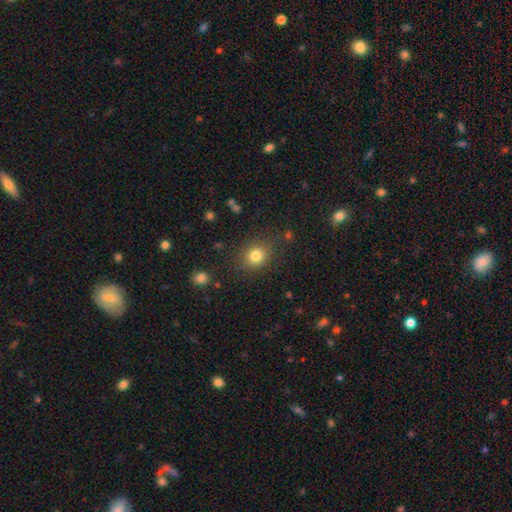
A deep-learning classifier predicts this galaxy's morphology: smooth_or_featured: smooth (p=0.81) [alt: star or artifact p=0.13]
how_rounded: round (p=0.75) [alt: in between p=0.24]
merging: none (p=0.82) [alt: minor disturbance p=0.11]